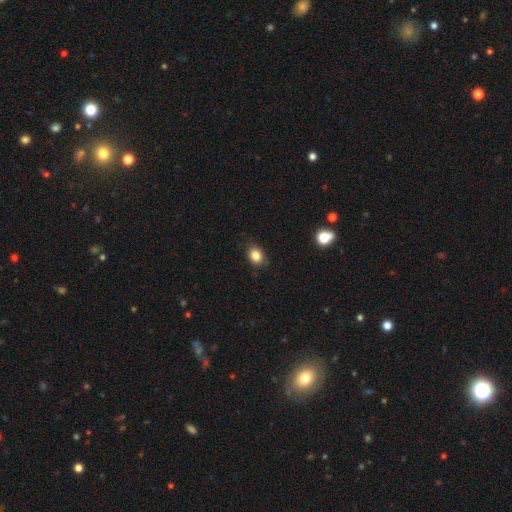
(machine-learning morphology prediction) Overall: smooth (83%). How rounded: in between (53%; round 46%). Merging: none (80%).